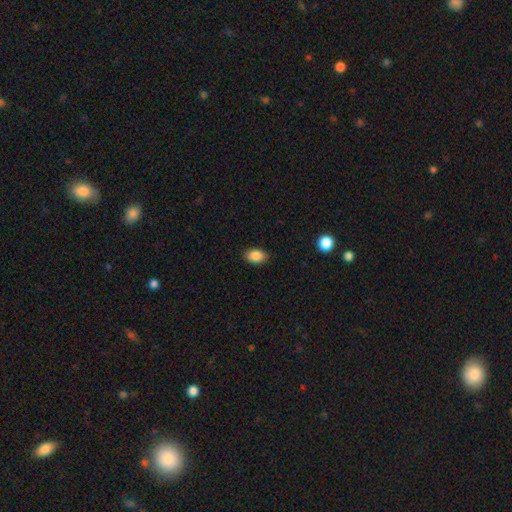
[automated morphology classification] A smooth galaxy with no disk features (87%) that is in between round and cigar-shaped (85%).

Vote fractions:
- Smooth or featured? smooth: 87% / star or artifact: 8% / featured or disk: 5%
- How rounded? in between: 85% / round: 14% / cigar-shaped: 1%
- Merging? none: 88% / minor disturbance: 9% / major disturbance: 2% / merger: 1%